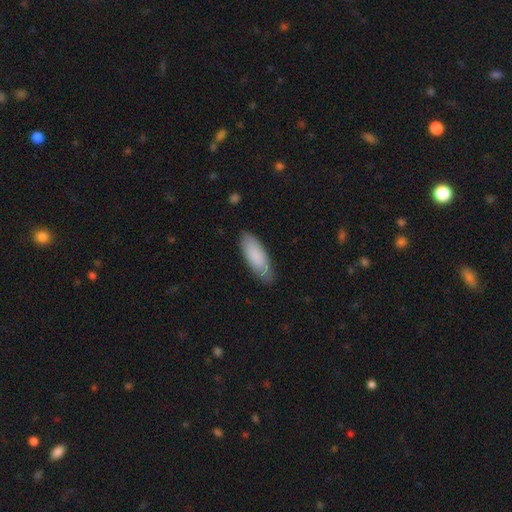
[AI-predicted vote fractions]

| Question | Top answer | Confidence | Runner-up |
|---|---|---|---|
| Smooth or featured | smooth | 85% | featured or disk (10%) |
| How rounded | in between | 68% | cigar-shaped (31%) |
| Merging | none | 81% | minor disturbance (15%) |